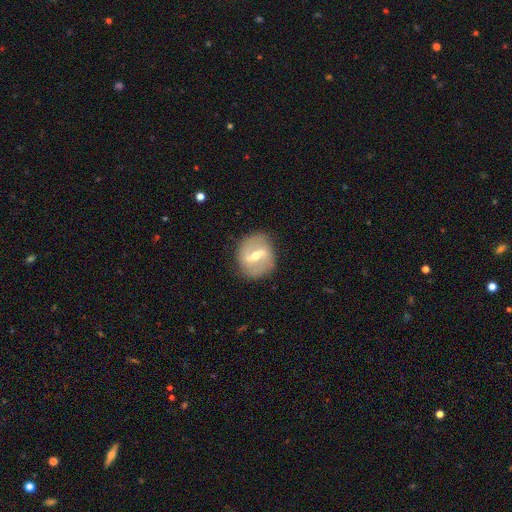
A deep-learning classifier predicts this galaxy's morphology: Q: Smooth or featured?
A: featured or disk (77%); runner-up: smooth (17%)
Q: Edge-on disk?
A: no (95%); runner-up: yes (5%)
Q: Bar?
A: strong (52%); runner-up: weak (39%)
Q: Spiral arms?
A: yes (73%); runner-up: no (27%)
Q: Spiral winding?
A: loose (42%); runner-up: medium (40%)
Q: Spiral arm count?
A: 2 (86%); runner-up: can't tell (8%)
Q: Bulge size?
A: moderate (61%); runner-up: small (34%)
Q: Merging?
A: none (83%); runner-up: minor disturbance (11%)